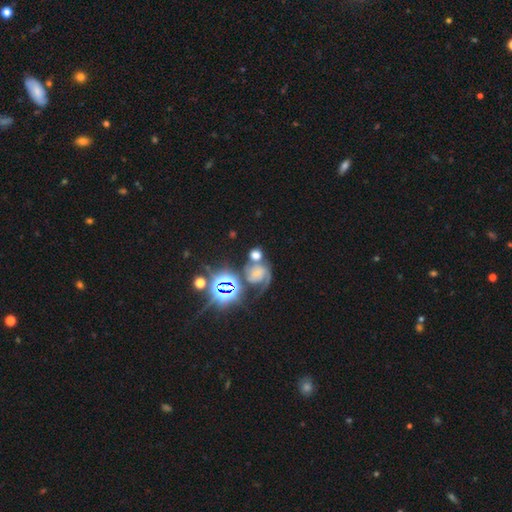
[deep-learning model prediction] A smooth galaxy with no disk features (37%).

Vote fractions:
- Smooth or featured? smooth: 37% / featured or disk: 35% / star or artifact: 28%
- Merging? none: 40% / merger: 32% / minor disturbance: 14% / major disturbance: 13%